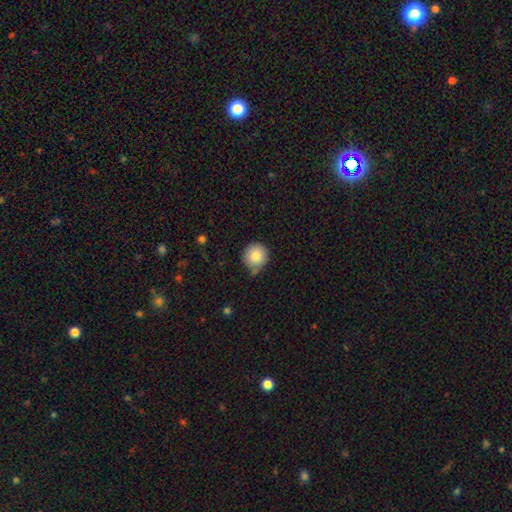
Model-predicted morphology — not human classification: Smooth or featured?
  - smooth: 86% *
  - star or artifact: 8%
  - featured or disk: 5%
How rounded?
  - round: 93% *
  - in between: 6%
  - cigar-shaped: 1%
Merging?
  - none: 69% *
  - minor disturbance: 21%
  - merger: 6%
  - major disturbance: 4%